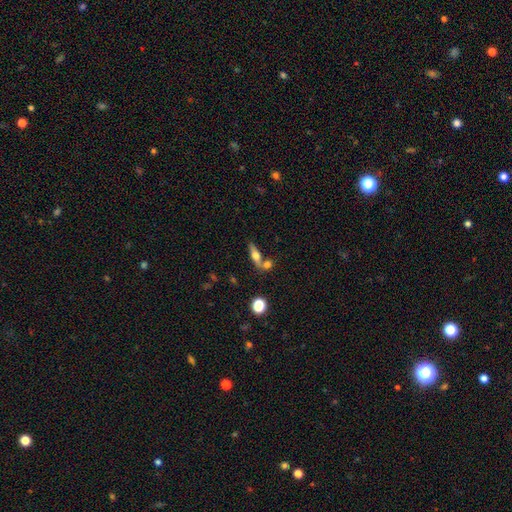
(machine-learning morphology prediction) Smooth or featured?
  - featured or disk: 47% *
  - smooth: 44%
  - star or artifact: 9%
Merging?
  - none: 57% *
  - merger: 28%
  - minor disturbance: 11%
  - major disturbance: 4%